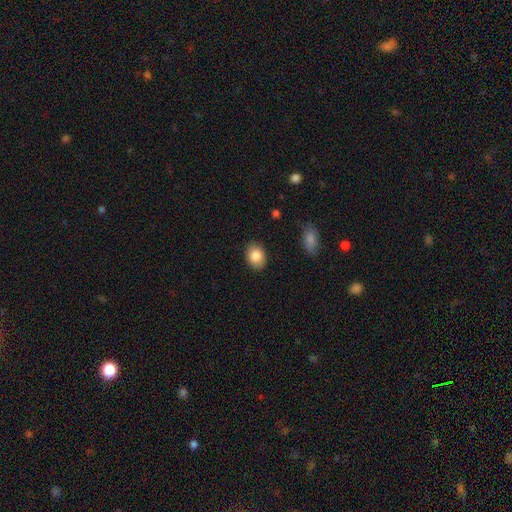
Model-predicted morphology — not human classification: Smooth or featured: smooth — 85% (star or artifact — 7%)
How rounded: in between — 69% (round — 30%)
Merging: none — 87% (minor disturbance — 9%)